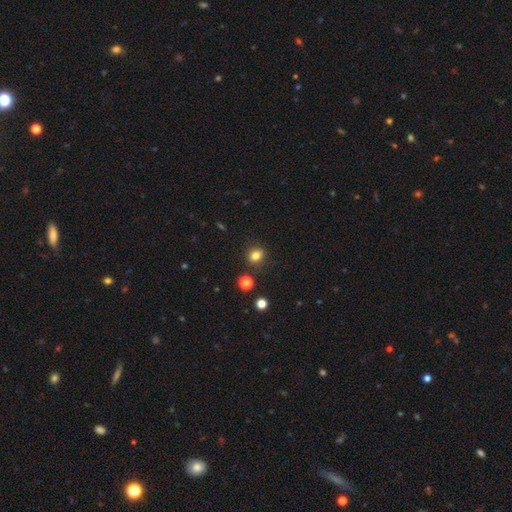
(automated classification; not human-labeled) Smooth or featured? Predicted: smooth (p=0.81). How rounded? Predicted: round (p=0.66). Merging? Predicted: none (p=0.85).